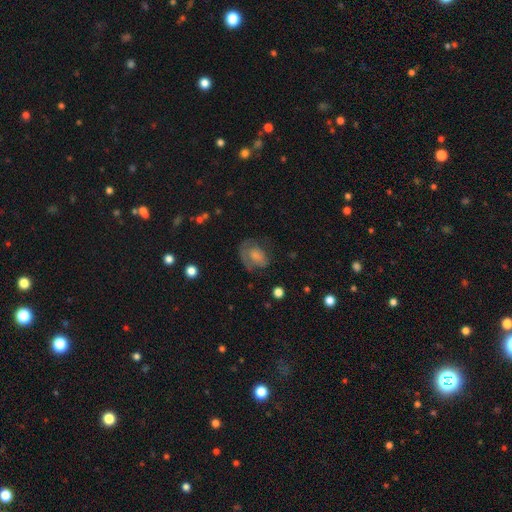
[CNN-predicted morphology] Q: Smooth or featured?
A: smooth (54%); runner-up: featured or disk (36%)
Q: How rounded?
A: in between (67%); runner-up: round (32%)
Q: Merging?
A: none (45%); runner-up: major disturbance (27%)